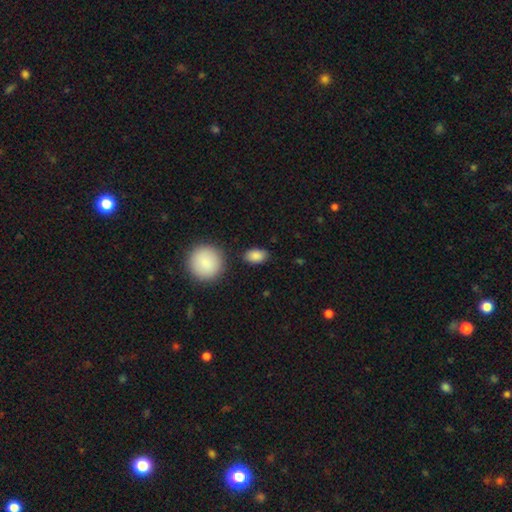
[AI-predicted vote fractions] A smooth galaxy with no disk features (87%) that is in between round and cigar-shaped (84%). Merging: none (82%).